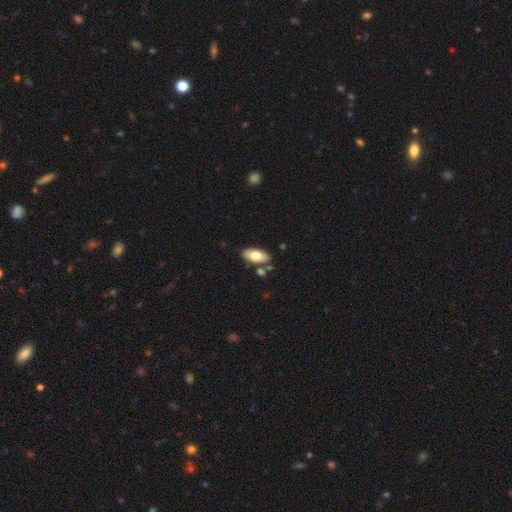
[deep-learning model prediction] Smooth or featured: smooth — 72% (featured or disk — 22%)
How rounded: in between — 90% (cigar-shaped — 8%)
Merging: none — 77% (minor disturbance — 12%)